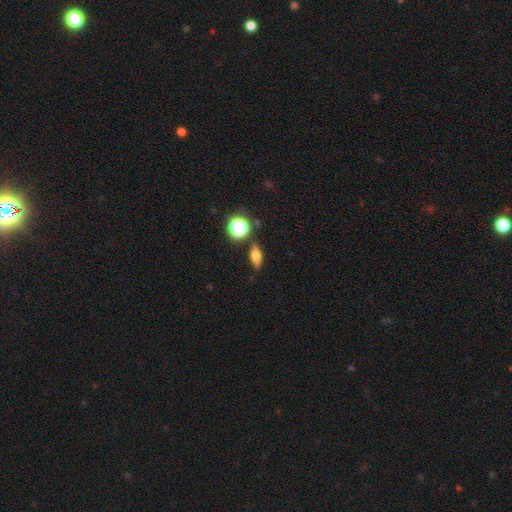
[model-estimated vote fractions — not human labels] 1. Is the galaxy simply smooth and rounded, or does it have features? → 62% smooth, 25% featured or disk, 13% star or artifact.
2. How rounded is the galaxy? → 62% in between, 23% cigar-shaped, 15% round.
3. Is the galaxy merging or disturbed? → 84% none, 10% minor disturbance, 3% merger, 3% major disturbance.